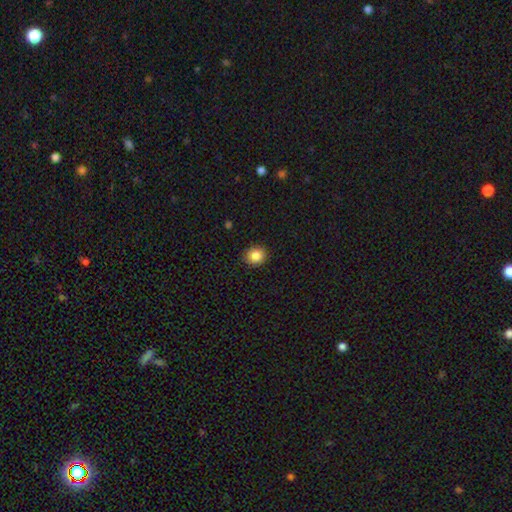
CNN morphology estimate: Smooth or featured: smooth — 86% (star or artifact — 9%)
How rounded: round — 83% (in between — 16%)
Merging: none — 90% (minor disturbance — 7%)